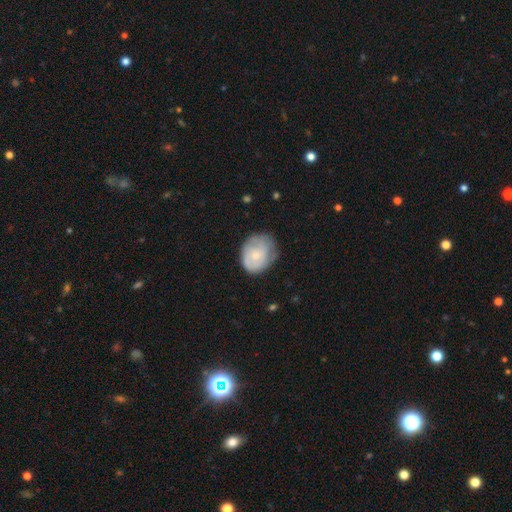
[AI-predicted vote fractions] This appears to be a smooth galaxy with no disk features (57%) that is round (56%). Merging: none (57%).